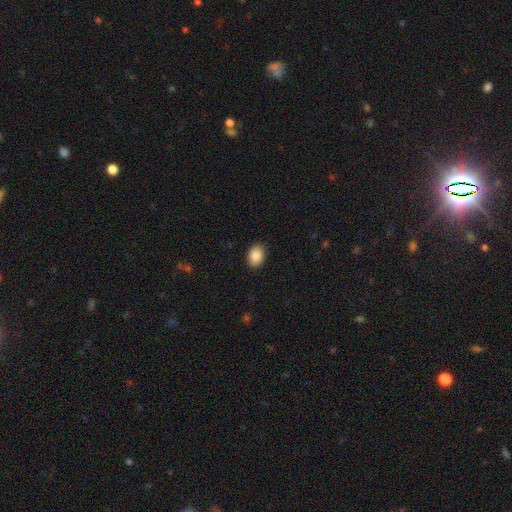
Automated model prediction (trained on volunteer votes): smooth_or_featured: smooth (p=0.89) [alt: star or artifact p=0.07]
how_rounded: in between (p=0.77) [alt: round p=0.22]
merging: none (p=0.87) [alt: minor disturbance p=0.10]